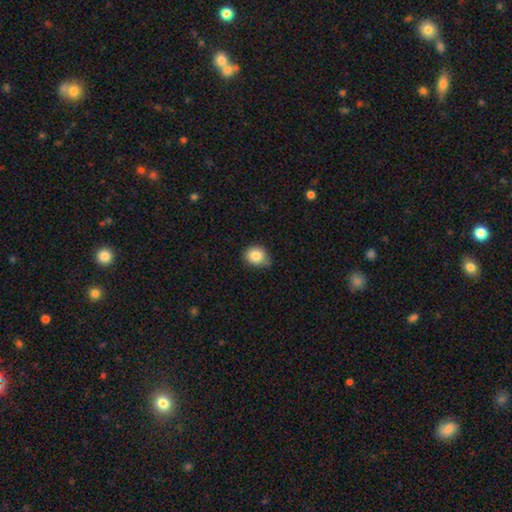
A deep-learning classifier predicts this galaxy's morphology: type=smooth (85%); roundness=round (77%); merging=none (63%).